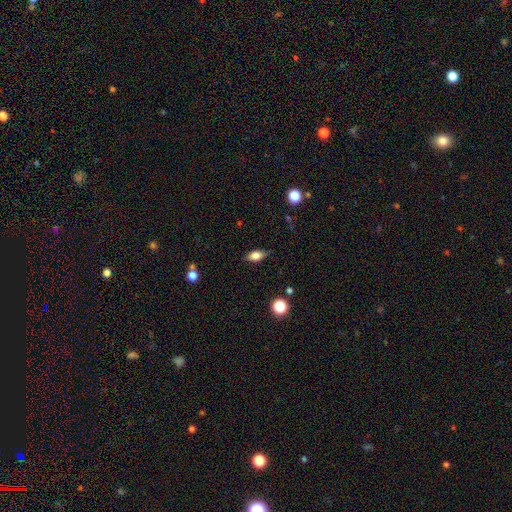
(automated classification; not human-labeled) Q: Smooth or featured?
A: smooth (76%); runner-up: featured or disk (16%)
Q: How rounded?
A: in between (83%); runner-up: cigar-shaped (10%)
Q: Merging?
A: none (83%); runner-up: minor disturbance (13%)